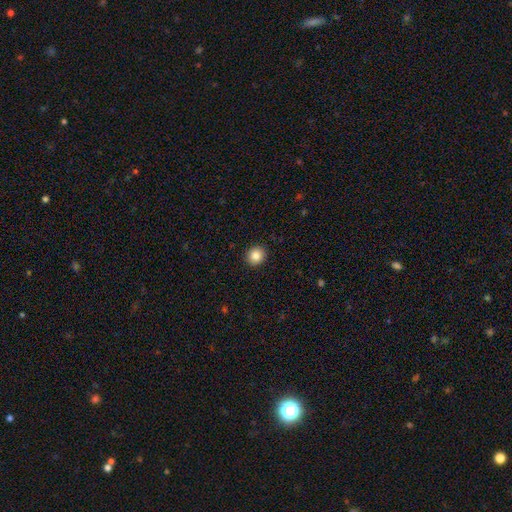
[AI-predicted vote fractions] Smooth or featured? smooth (86%)
How rounded? round (86%)
Merging? none (92%)